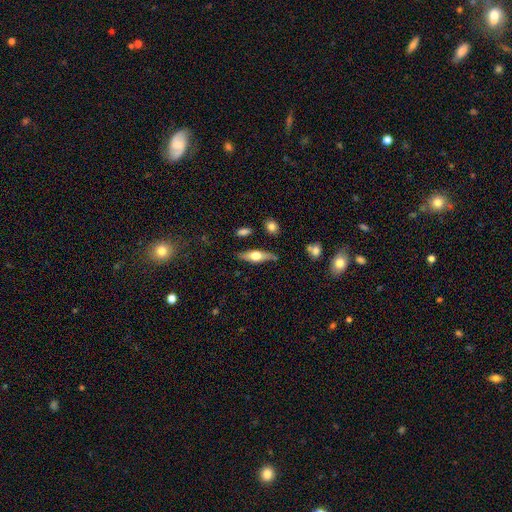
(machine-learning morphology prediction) Smooth or featured? Predicted: featured or disk (p=0.52). Edge-on disk? Predicted: yes (p=0.90). Merging? Predicted: none (p=0.78).